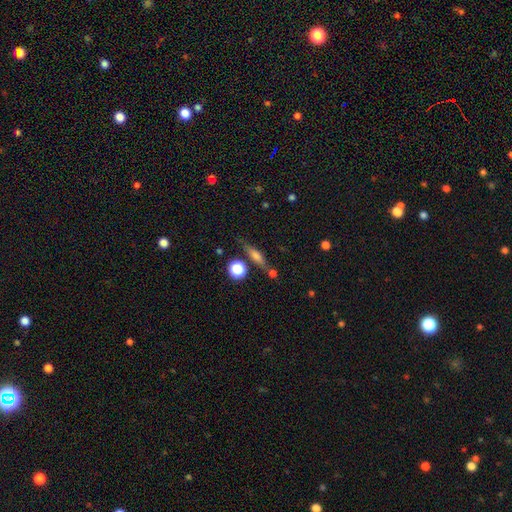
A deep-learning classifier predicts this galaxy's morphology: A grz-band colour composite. It shows a featured or disk galaxy (47%). Merging: none (73%).